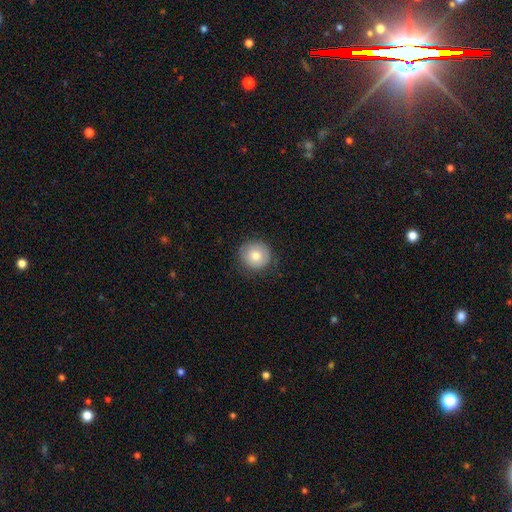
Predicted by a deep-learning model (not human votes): Q: Smooth or featured?
A: smooth (77%); runner-up: featured or disk (14%)
Q: How rounded?
A: round (94%); runner-up: in between (5%)
Q: Merging?
A: none (85%); runner-up: minor disturbance (11%)